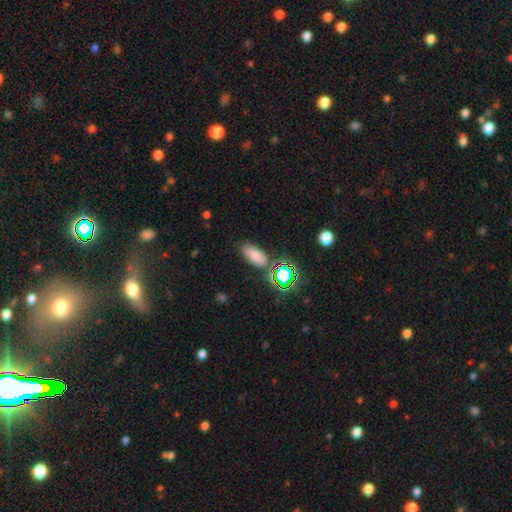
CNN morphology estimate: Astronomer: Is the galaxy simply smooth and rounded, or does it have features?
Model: smooth — 74%.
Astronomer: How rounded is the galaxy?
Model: in between — 84%.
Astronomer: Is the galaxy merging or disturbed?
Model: none — 77%.